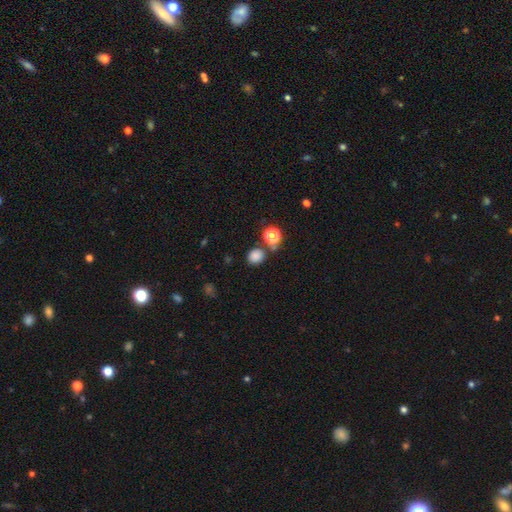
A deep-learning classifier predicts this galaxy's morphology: smooth_or_featured: smooth (p=0.81) [alt: star or artifact p=0.15]
how_rounded: round (p=0.73) [alt: in between p=0.26]
merging: none (p=0.73) [alt: merger p=0.12]